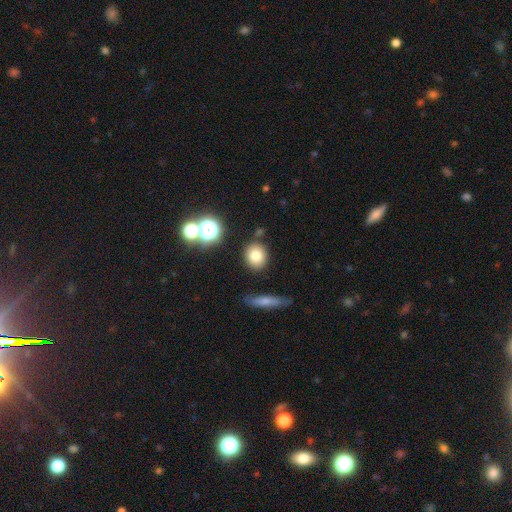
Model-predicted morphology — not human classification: Smooth or featured? smooth (78%)
How rounded? round (70%)
Merging? none (84%)